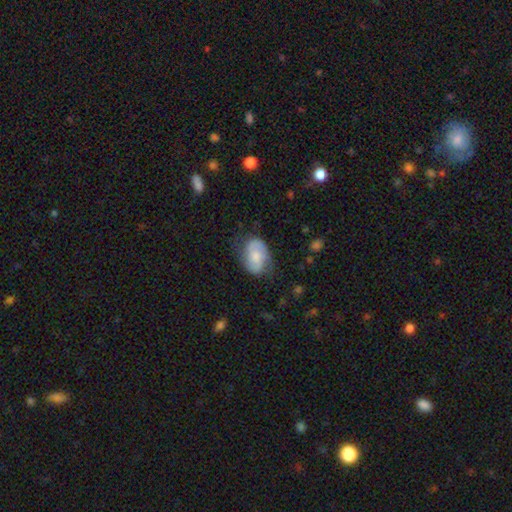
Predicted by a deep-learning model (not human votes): Smooth or featured?
  - featured or disk: 47% *
  - smooth: 46%
  - star or artifact: 7%
Merging?
  - none: 64% *
  - minor disturbance: 25%
  - major disturbance: 9%
  - merger: 1%